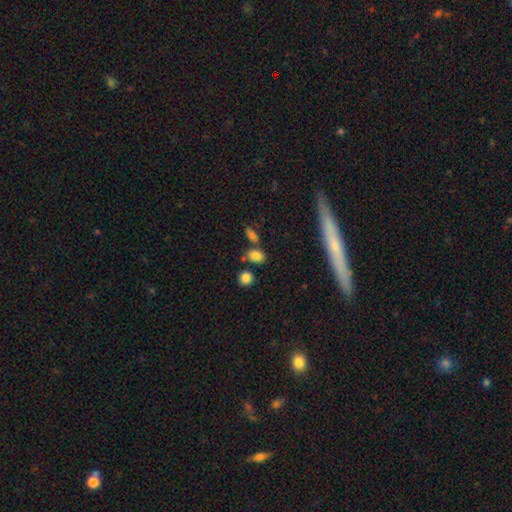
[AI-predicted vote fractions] smooth_or_featured: smooth (p=0.81) [alt: star or artifact p=0.11]
how_rounded: in between (p=0.67) [alt: round p=0.30]
merging: none (p=0.67) [alt: merger p=0.16]